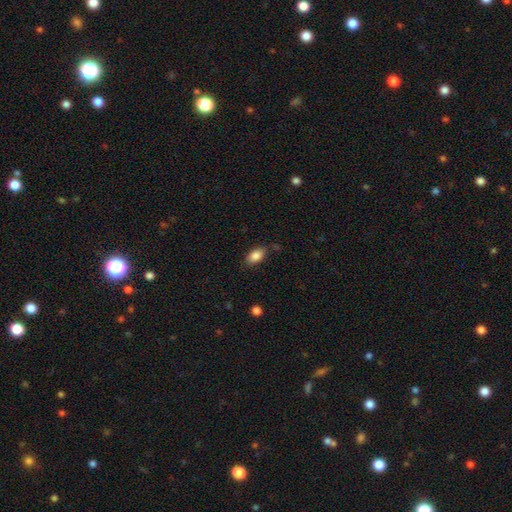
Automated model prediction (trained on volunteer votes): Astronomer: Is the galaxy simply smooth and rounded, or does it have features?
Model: smooth — 85%.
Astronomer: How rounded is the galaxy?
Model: in between — 90%.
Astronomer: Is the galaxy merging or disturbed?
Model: none — 77%.